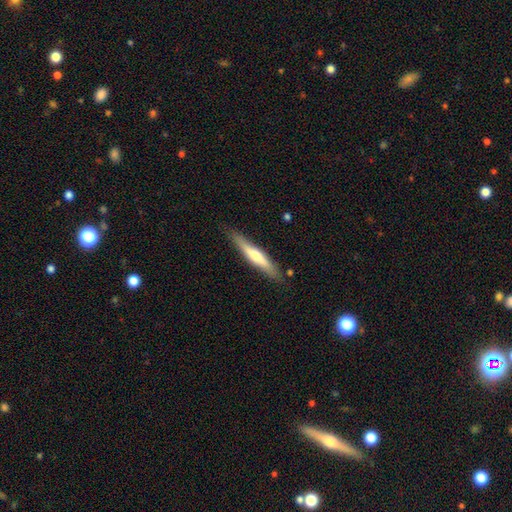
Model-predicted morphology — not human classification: The model was most divided on "smooth or featured" (2-way tie): smooth: 47%, featured or disk: 47%, star or artifact: 5%. More confident: merging — none (84%).